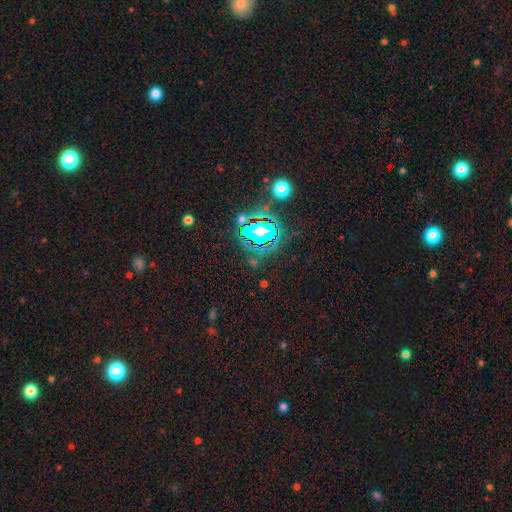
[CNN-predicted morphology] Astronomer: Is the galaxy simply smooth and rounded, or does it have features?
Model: star or artifact — 80%.